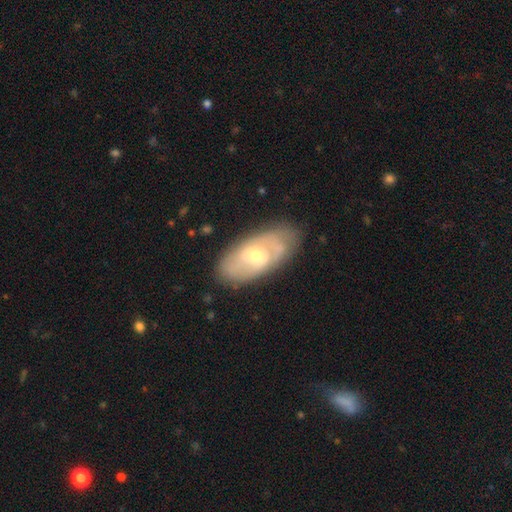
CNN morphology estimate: Overall: featured or disk (61%; smooth 33%). Edge-on disk: no (90%). Bar: weak (46%; no 39%). Spiral arms: yes (57%; no 43%). Bulge size: moderate (58%; small 34%). Merging: none (73%).